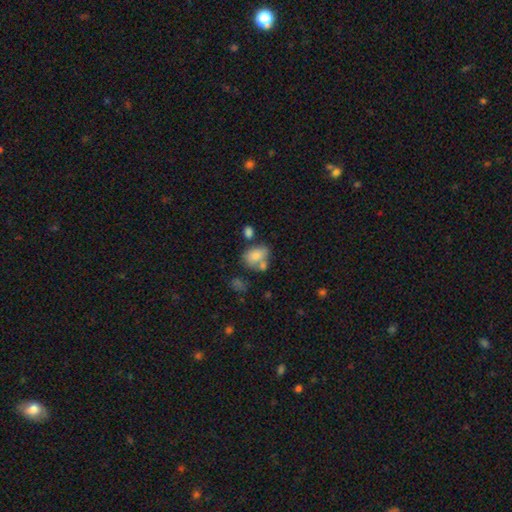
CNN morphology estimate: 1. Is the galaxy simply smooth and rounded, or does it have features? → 77% smooth, 14% featured or disk, 9% star or artifact.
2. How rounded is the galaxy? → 72% in between, 26% round, 1% cigar-shaped.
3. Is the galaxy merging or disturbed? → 42% none, 31% merger, 18% minor disturbance, 9% major disturbance.